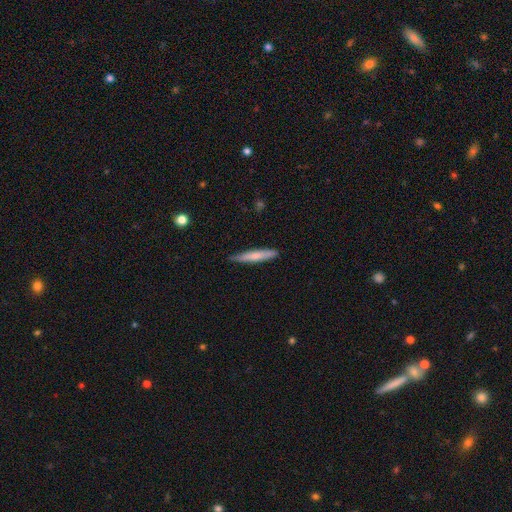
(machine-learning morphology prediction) smooth 67%, featured or disk 28%, star or artifact 5%. Down the decision tree: how rounded — cigar-shaped (92%); merging — none (86%).